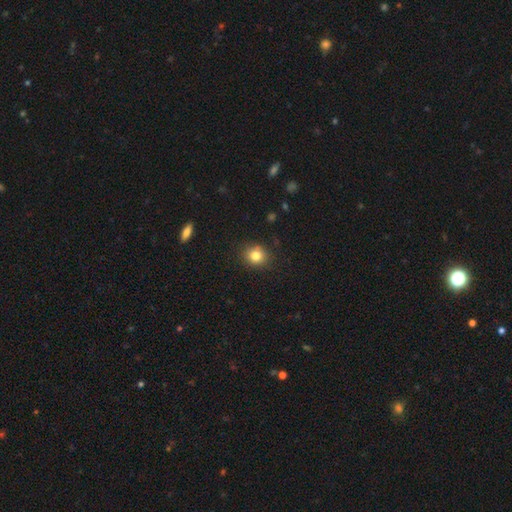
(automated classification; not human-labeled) Smooth or featured?
  - smooth: 81% *
  - star or artifact: 12%
  - featured or disk: 7%
How rounded?
  - round: 82% *
  - in between: 17%
  - cigar-shaped: 1%
Merging?
  - none: 86% *
  - minor disturbance: 10%
  - major disturbance: 2%
  - merger: 2%